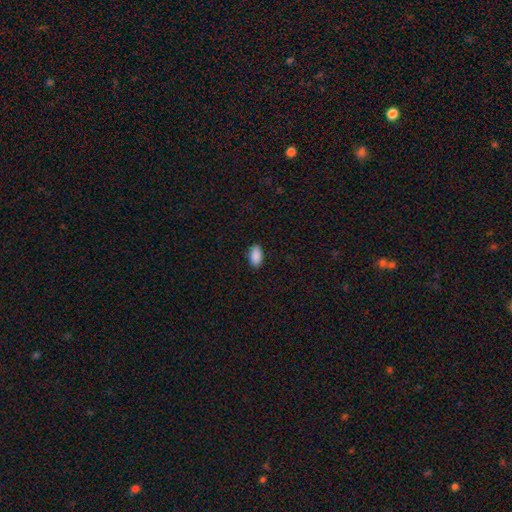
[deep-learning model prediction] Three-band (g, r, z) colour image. It shows a smooth galaxy with no disk features (90%) that is in between round and cigar-shaped (94%). Merging: none (89%).